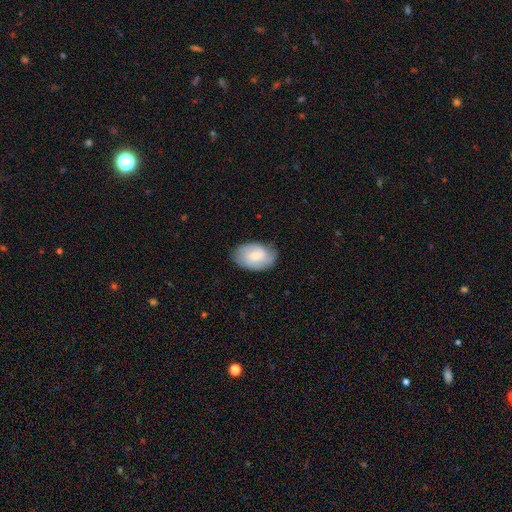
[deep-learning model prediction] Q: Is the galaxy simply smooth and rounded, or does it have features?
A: featured or disk — 57%.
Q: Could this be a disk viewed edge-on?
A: no — 97%.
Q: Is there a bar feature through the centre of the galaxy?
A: no — 48%.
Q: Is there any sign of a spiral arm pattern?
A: yes — 89%.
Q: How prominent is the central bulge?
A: small — 52%.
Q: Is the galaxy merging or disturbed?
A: none — 75%.